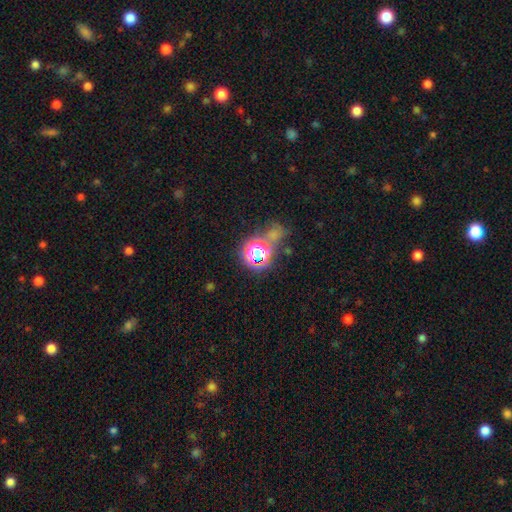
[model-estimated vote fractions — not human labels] smooth-or-featured: star or artifact: 47% | smooth: 42% | featured or disk: 11%